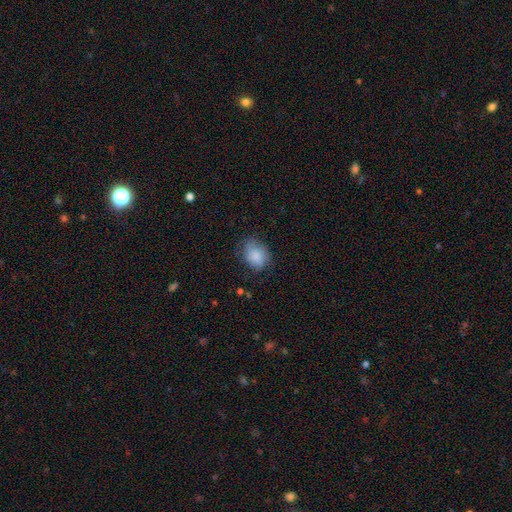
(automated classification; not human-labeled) The model was most divided on "merging": none: 61%, minor disturbance: 28%, major disturbance: 9%, merger: 1%. More confident: smooth or featured — smooth (80%); how rounded — in between (68%).